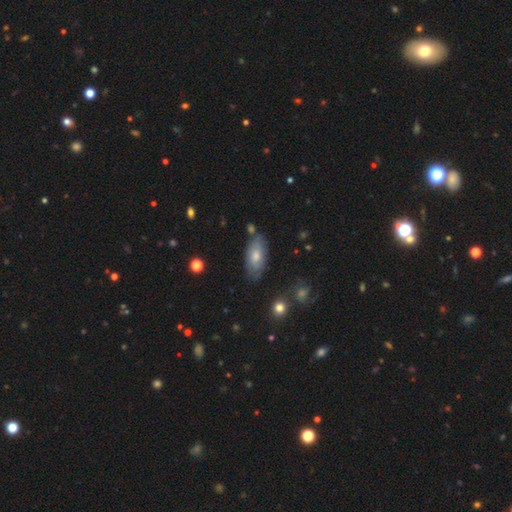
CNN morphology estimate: type=smooth (69%); roundness=in between (88%); merging=none (72%).